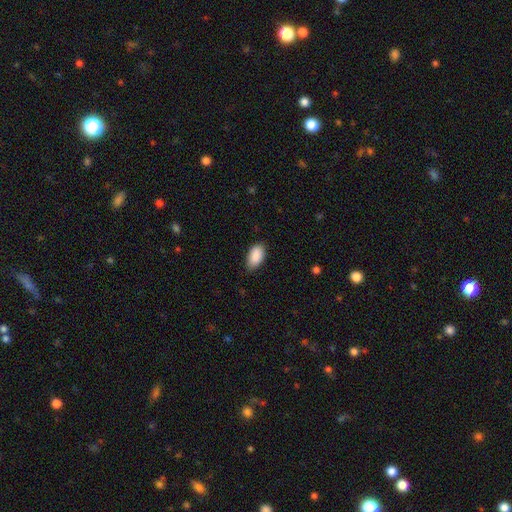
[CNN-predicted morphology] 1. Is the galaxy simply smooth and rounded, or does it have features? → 90% smooth, 7% star or artifact, 4% featured or disk.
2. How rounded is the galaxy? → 95% in between, 3% round, 2% cigar-shaped.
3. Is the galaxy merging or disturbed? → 78% none, 18% minor disturbance, 3% major disturbance, 1% merger.